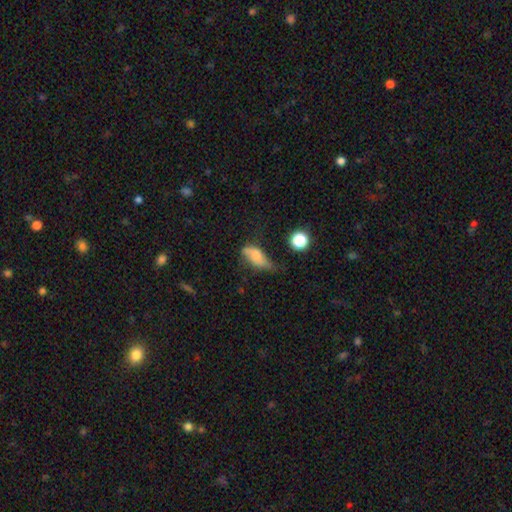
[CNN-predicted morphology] Smooth or featured: smooth — 68% (featured or disk — 21%)
How rounded: in between — 81% (cigar-shaped — 13%)
Merging: minor disturbance — 39% (none — 30%)